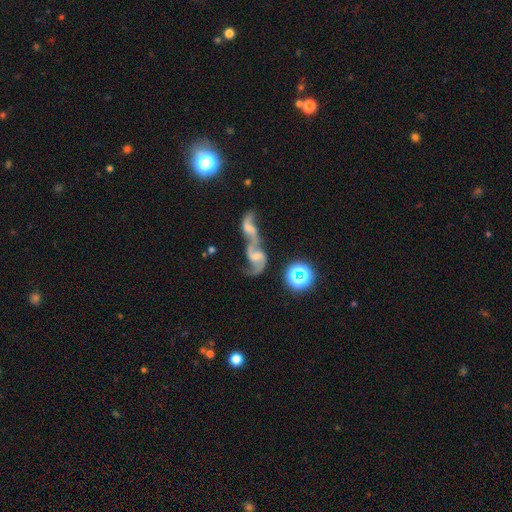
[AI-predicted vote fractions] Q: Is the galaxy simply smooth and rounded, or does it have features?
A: featured or disk — 64%.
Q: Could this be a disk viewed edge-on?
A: no — 90%.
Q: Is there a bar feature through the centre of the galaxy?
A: no — 57%.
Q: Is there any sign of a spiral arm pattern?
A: yes — 76%.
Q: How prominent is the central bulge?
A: small — 37%.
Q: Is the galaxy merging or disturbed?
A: merger — 66%.